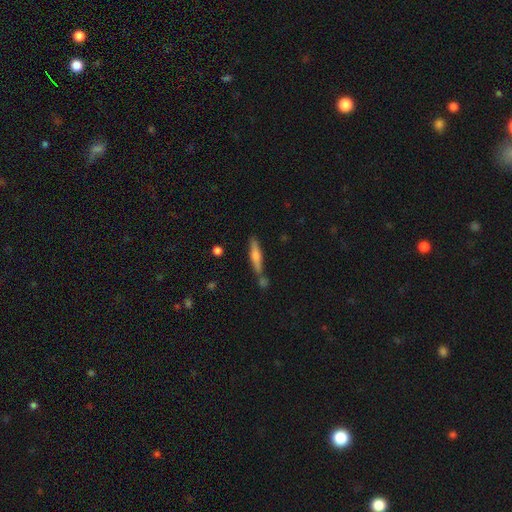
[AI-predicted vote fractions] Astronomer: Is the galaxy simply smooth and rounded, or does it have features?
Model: smooth — 51% (runner-up: featured or disk, 43%).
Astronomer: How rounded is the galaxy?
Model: cigar-shaped — 86%.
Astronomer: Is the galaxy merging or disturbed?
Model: none — 72%.